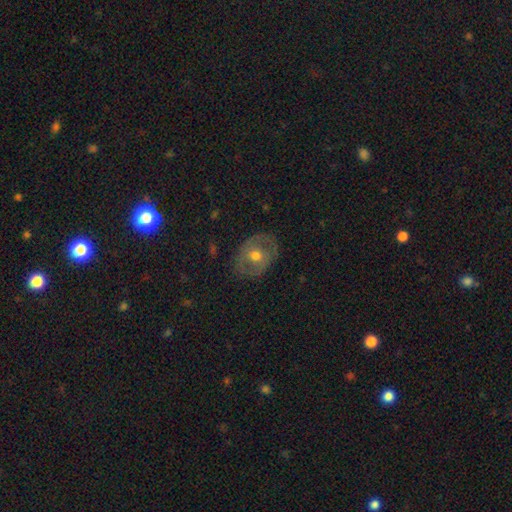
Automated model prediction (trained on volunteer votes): A featured or disk galaxy (53%).

Vote fractions:
- Smooth or featured? featured or disk: 53% / smooth: 40% / star or artifact: 8%
- Edge-on disk? no: 94% / yes: 6%
- Merging? none: 74% / minor disturbance: 18% / major disturbance: 8% / merger: 1%